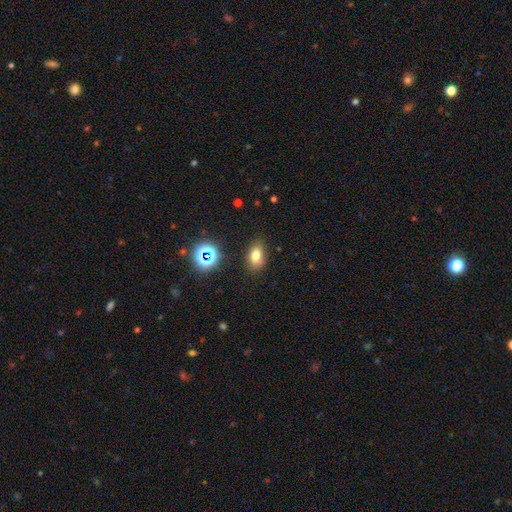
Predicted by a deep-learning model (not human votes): Q: Smooth or featured?
A: smooth (72%); runner-up: star or artifact (17%)
Q: How rounded?
A: in between (82%); runner-up: round (16%)
Q: Merging?
A: none (80%); runner-up: minor disturbance (14%)